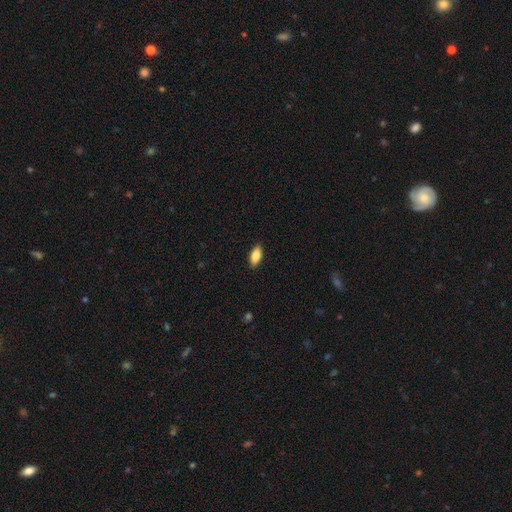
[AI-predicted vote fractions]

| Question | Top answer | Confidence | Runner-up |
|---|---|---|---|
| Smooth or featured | smooth | 85% | featured or disk (9%) |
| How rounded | in between | 86% | cigar-shaped (11%) |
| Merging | none | 89% | minor disturbance (8%) |